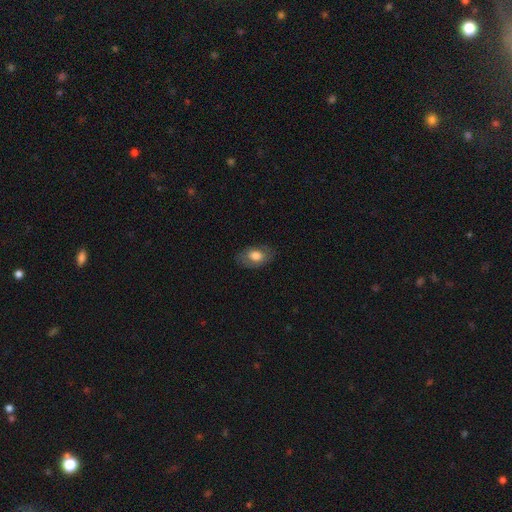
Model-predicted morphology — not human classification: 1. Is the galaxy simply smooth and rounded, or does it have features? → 69% smooth, 23% featured or disk, 7% star or artifact.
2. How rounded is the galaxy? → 88% in between, 11% round, 1% cigar-shaped.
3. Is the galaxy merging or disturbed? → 79% none, 15% minor disturbance, 5% major disturbance, 1% merger.